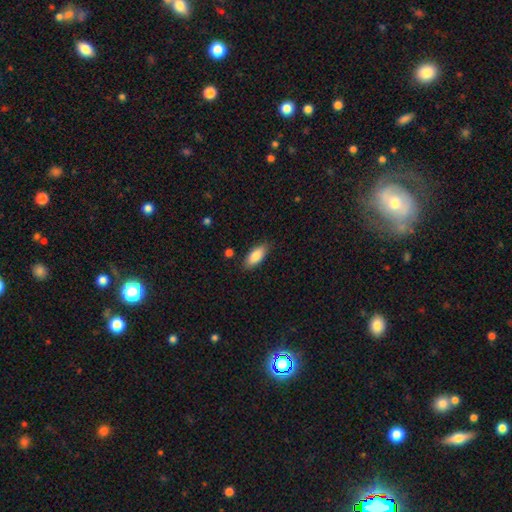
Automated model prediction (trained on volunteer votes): This appears to be a smooth galaxy with no disk features (85%) that is in between round and cigar-shaped (84%). Merging: none (84%).